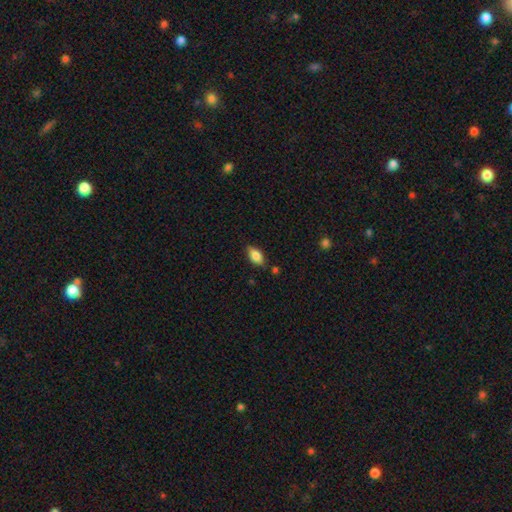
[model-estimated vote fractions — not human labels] Smooth or featured? Predicted: smooth (p=0.80). How rounded? Predicted: in between (p=0.88). Merging? Predicted: none (p=0.78).